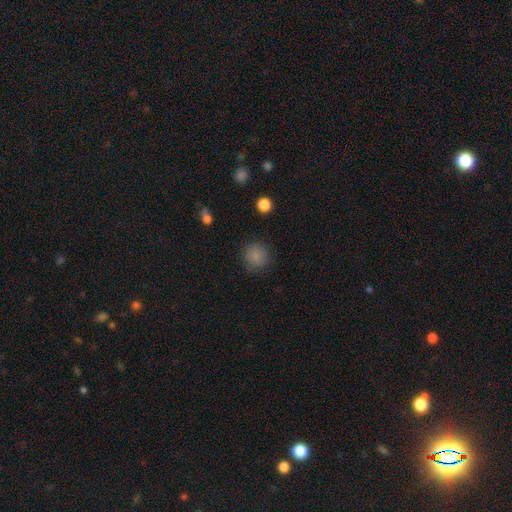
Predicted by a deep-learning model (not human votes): Smooth or featured?
  - smooth: 84% *
  - star or artifact: 11%
  - featured or disk: 5%
How rounded?
  - round: 92% *
  - in between: 7%
  - cigar-shaped: 1%
Merging?
  - none: 85% *
  - minor disturbance: 10%
  - major disturbance: 3%
  - merger: 1%